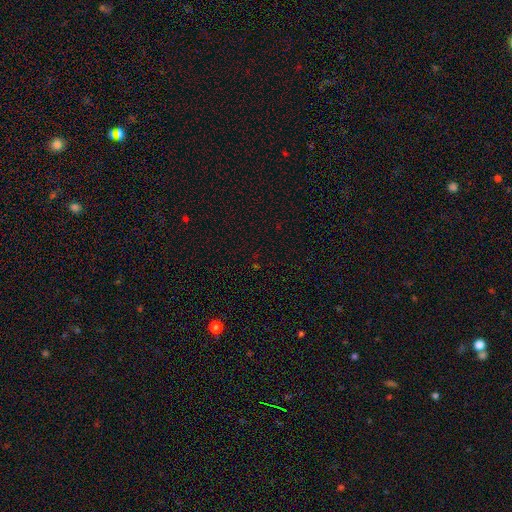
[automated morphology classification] Overall: star or artifact (67%).